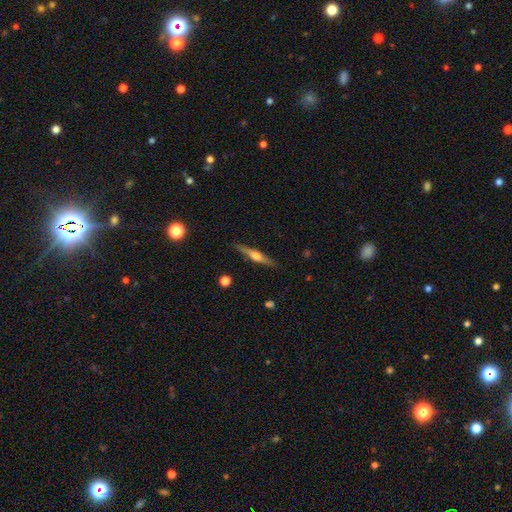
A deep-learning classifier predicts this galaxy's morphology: featured or disk 63%, smooth 31%, star or artifact 6%. Down the decision tree: edge-on disk — yes (97%); edge-on bulge — rounded (83%); merging — none (87%).